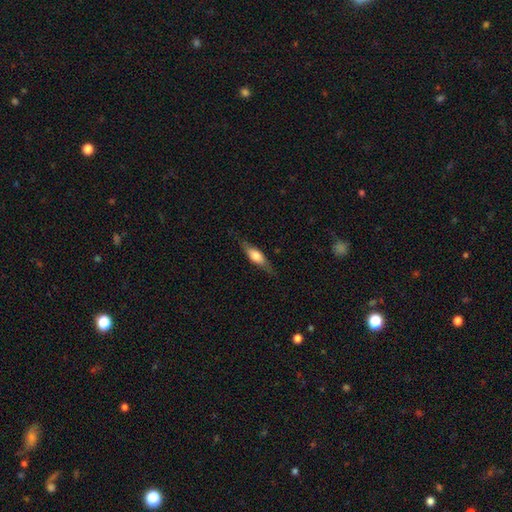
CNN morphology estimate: smooth_or_featured: smooth (p=0.50) [alt: featured or disk p=0.44]
how_rounded: in between (p=0.49) [alt: cigar-shaped p=0.47]
merging: none (p=0.77) [alt: minor disturbance p=0.17]